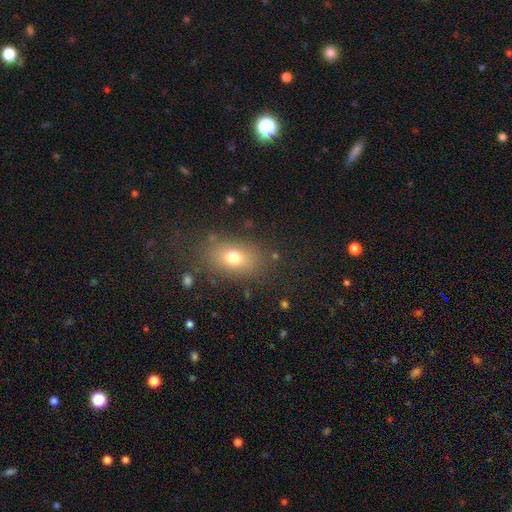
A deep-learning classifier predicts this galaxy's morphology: This appears to be a smooth galaxy with no disk features (65%) that is in between round and cigar-shaped (75%). Merging: none (81%).